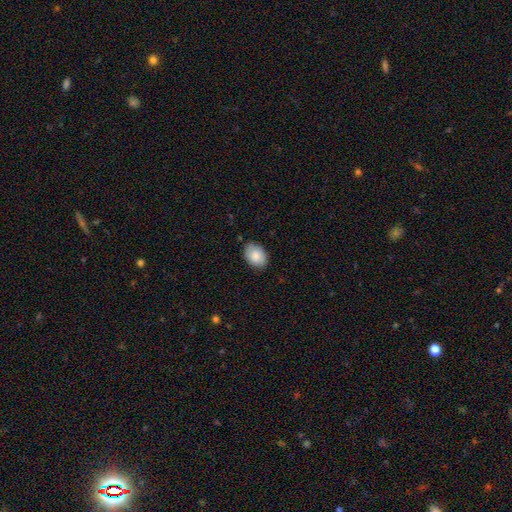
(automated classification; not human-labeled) This is clearly a smooth galaxy (85%). How rounded: clearly in between (81%). Merging: clearly none (83%).